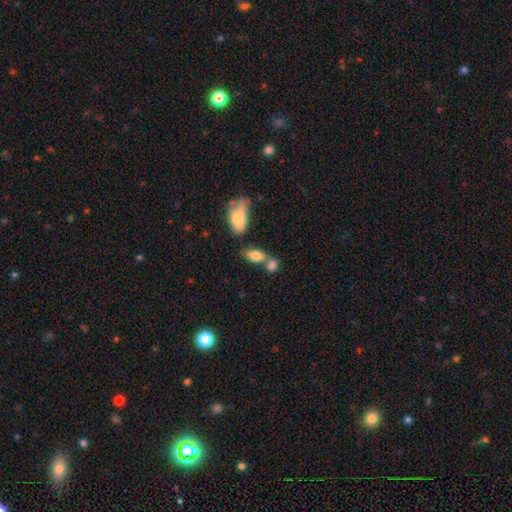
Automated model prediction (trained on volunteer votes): Overall: smooth (79%). How rounded: in between (85%). Merging: none (46%; merger 35%).